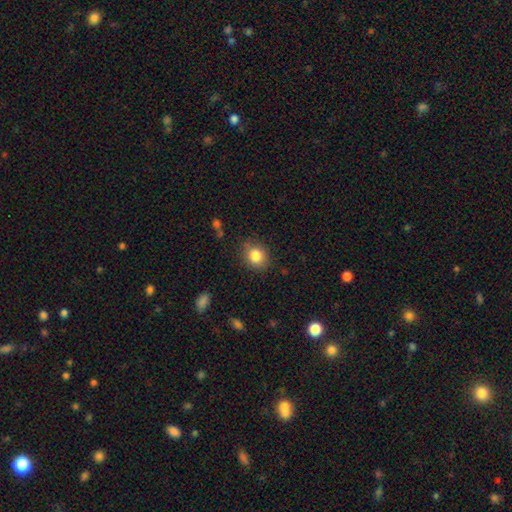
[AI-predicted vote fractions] Morphology: type=smooth (84%); roundness=round (71%); merging=none (81%).